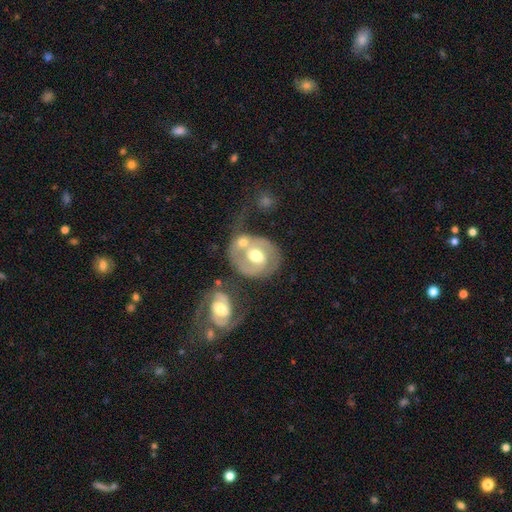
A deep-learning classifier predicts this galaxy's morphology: featured or disk 70%, smooth 24%, star or artifact 6%. Down the decision tree: edge-on disk — no (97%); bar — weak (42%); spiral arms — yes (78%); spiral arm count — 2 (76%); spiral winding — medium (42%); bulge size — moderate (75%); merging — merger (39%).